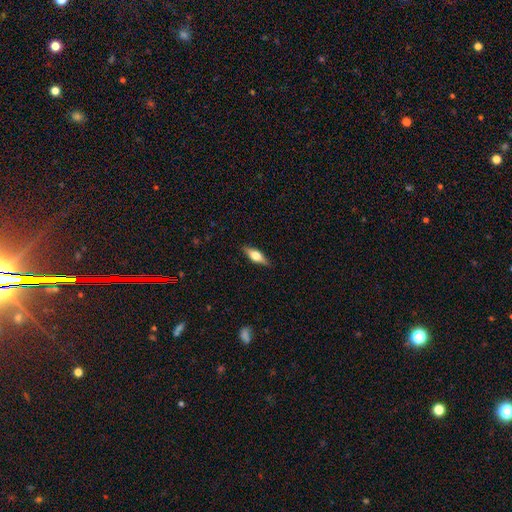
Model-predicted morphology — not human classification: A featured or disk galaxy (52%) viewed edge-on (93%).

Vote fractions:
- Smooth or featured? featured or disk: 52% / smooth: 42% / star or artifact: 6%
- Edge-on disk? yes: 93% / no: 7%
- Merging? none: 88% / minor disturbance: 9% / major disturbance: 2% / merger: 1%